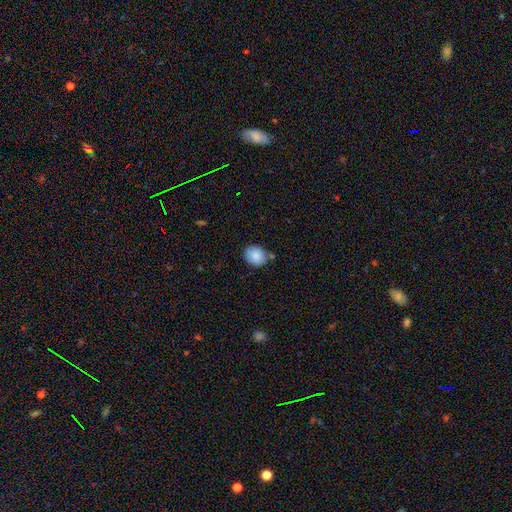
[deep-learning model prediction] Smooth or featured: smooth — 84% (featured or disk — 8%)
How rounded: round — 56% (in between — 43%)
Merging: none — 75% (minor disturbance — 15%)